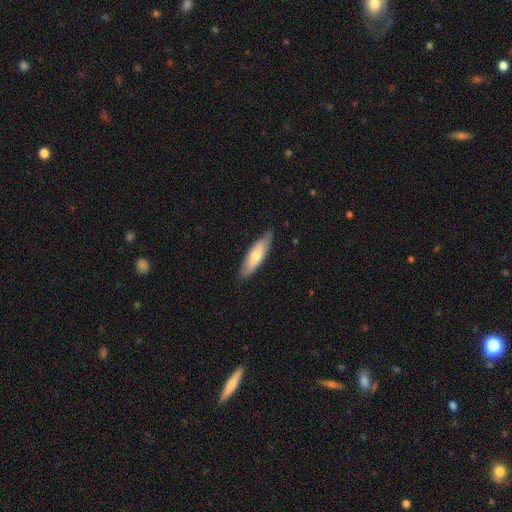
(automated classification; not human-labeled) Smooth or featured? Predicted: smooth (p=0.60). How rounded? Predicted: cigar-shaped (p=0.58). Merging? Predicted: none (p=0.81).